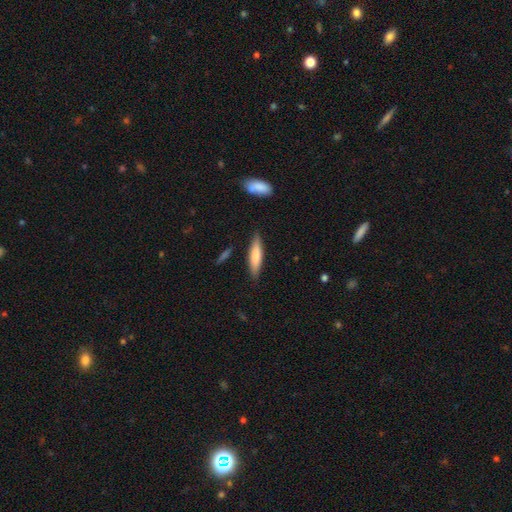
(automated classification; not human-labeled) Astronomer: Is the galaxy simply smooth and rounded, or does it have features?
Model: smooth — 72%.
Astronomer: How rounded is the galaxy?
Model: cigar-shaped — 79%.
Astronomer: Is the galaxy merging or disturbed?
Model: none — 85%.